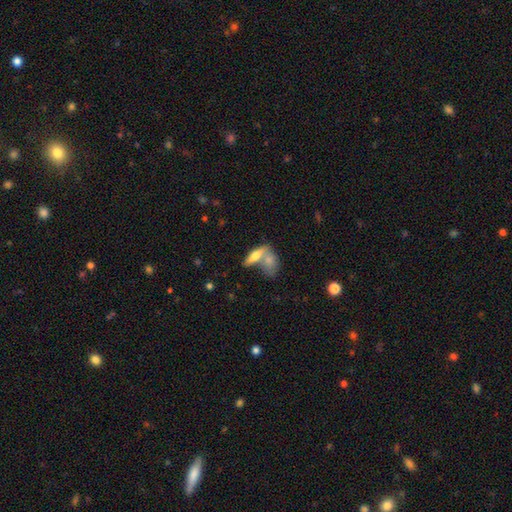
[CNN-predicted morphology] Smooth or featured? smooth (61%)
How rounded? in between (51%)
Merging? merger (49%)